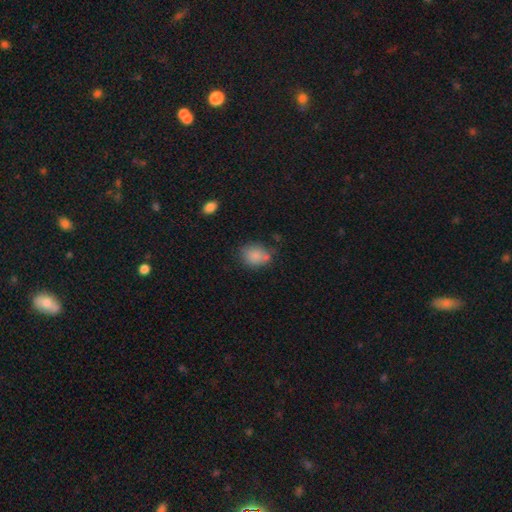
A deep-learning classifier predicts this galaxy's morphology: Smooth or featured? smooth (83%)
How rounded? round (56%)
Merging? none (60%)